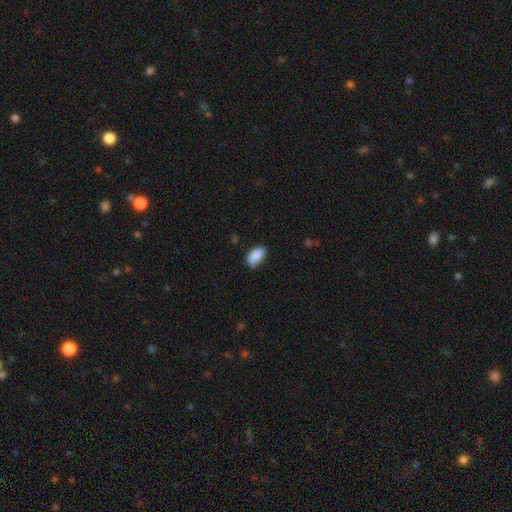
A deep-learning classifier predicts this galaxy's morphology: Q: Smooth or featured?
A: smooth (89%); runner-up: star or artifact (7%)
Q: How rounded?
A: in between (93%); runner-up: cigar-shaped (4%)
Q: Merging?
A: none (76%); runner-up: minor disturbance (20%)